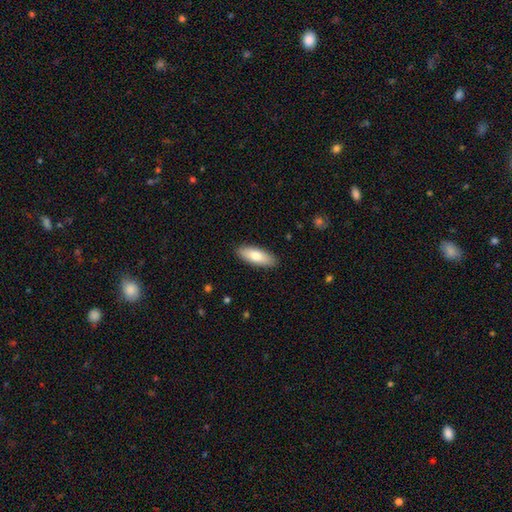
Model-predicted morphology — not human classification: This is likely a smooth galaxy (77%). How rounded: likely in between (70%). Merging: clearly none (89%).